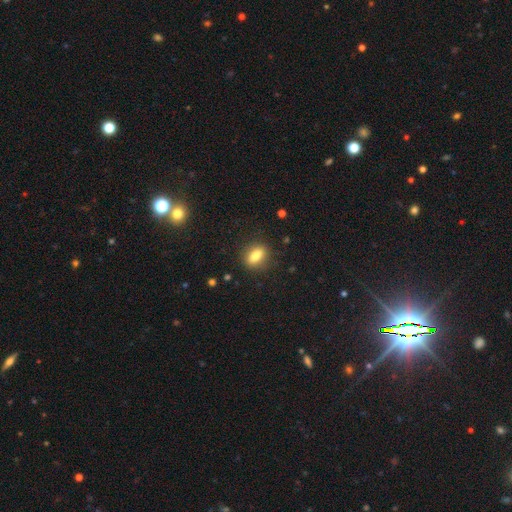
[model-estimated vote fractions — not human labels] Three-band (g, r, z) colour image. It shows a smooth galaxy with no disk features (79%) that is in between round and cigar-shaped (73%). Merging: none (87%).